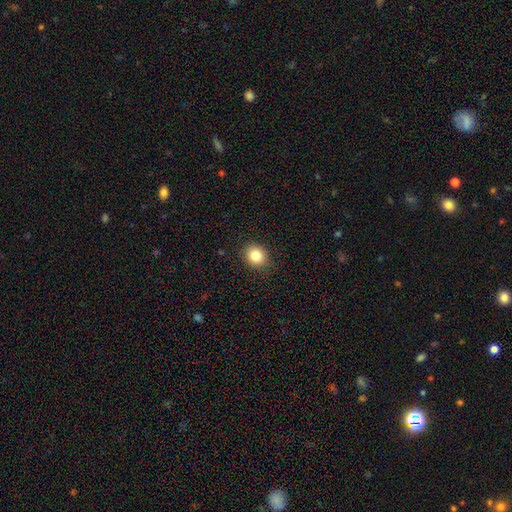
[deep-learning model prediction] Q: Smooth or featured?
A: smooth (83%); runner-up: star or artifact (11%)
Q: How rounded?
A: round (68%); runner-up: in between (31%)
Q: Merging?
A: none (89%); runner-up: minor disturbance (8%)